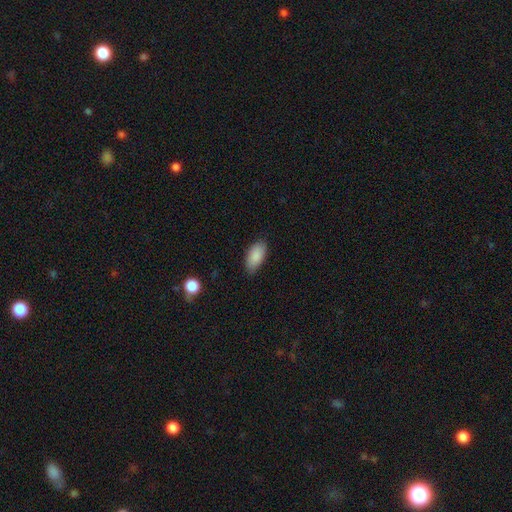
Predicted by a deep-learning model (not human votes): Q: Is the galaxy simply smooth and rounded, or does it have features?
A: smooth — 89%.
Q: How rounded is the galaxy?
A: in between — 93%.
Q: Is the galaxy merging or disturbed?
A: none — 82%.